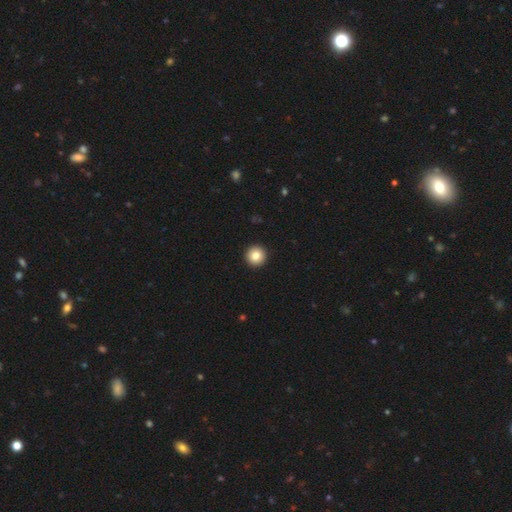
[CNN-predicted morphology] The model was most divided on "smooth or featured": smooth: 83%, star or artifact: 9%, featured or disk: 8%. More confident: how rounded — round (97%); merging — none (94%).